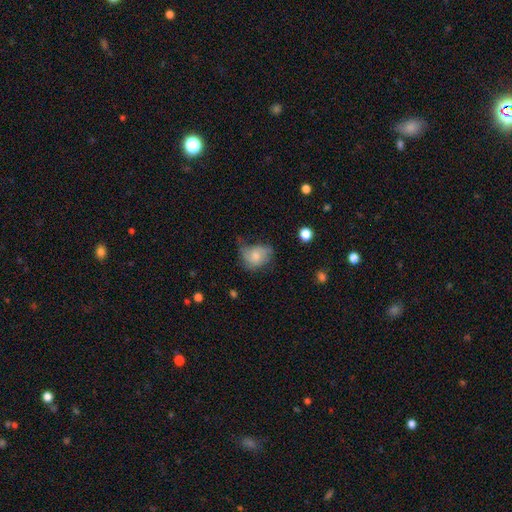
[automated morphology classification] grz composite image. It shows a smooth galaxy with no disk features (59%) that is in between round and cigar-shaped (55%). Merging: minor disturbance (37%).